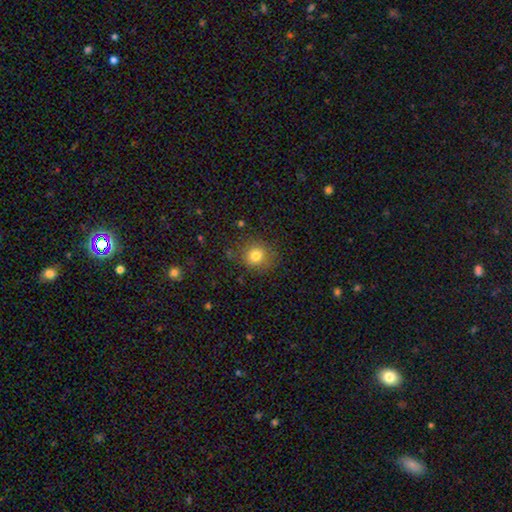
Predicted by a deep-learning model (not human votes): Q: Smooth or featured?
A: smooth (79%); runner-up: star or artifact (12%)
Q: How rounded?
A: round (83%); runner-up: in between (16%)
Q: Merging?
A: none (80%); runner-up: minor disturbance (14%)